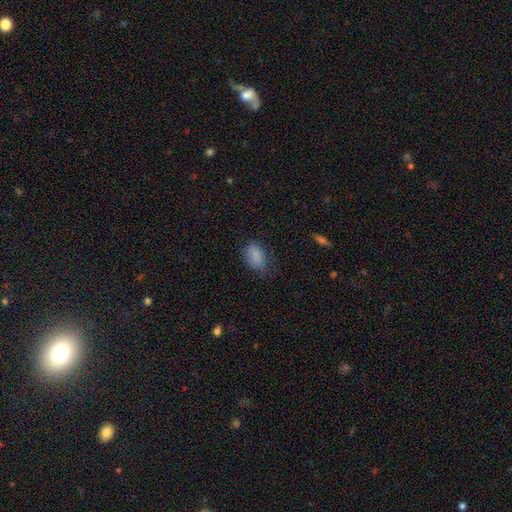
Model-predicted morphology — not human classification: Smooth or featured: smooth — 85% (star or artifact — 9%)
How rounded: in between — 88% (round — 10%)
Merging: none — 65% (minor disturbance — 25%)